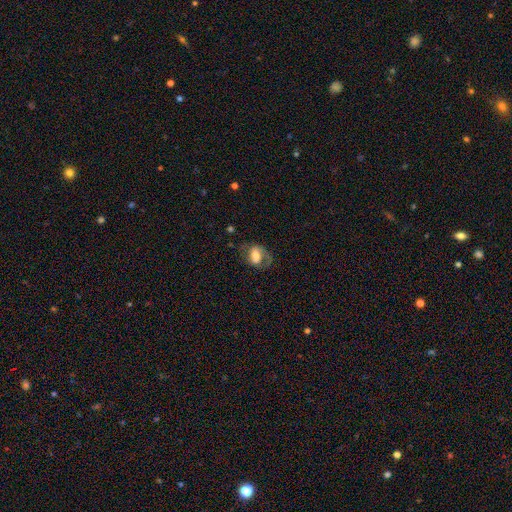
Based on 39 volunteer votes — smooth_or_featured: smooth (p=0.46) [alt: featured or disk p=0.44]
how_rounded: in between (p=0.89) [alt: round p=0.11]
merging: none (p=0.60) [alt: minor disturbance p=0.23]